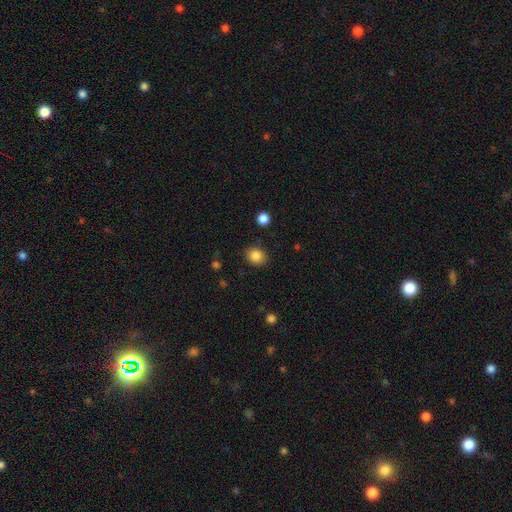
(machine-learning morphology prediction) Smooth or featured?
  - smooth: 85% *
  - star or artifact: 10%
  - featured or disk: 5%
How rounded?
  - round: 60% *
  - in between: 39%
  - cigar-shaped: 1%
Merging?
  - none: 84% *
  - minor disturbance: 11%
  - major disturbance: 3%
  - merger: 2%